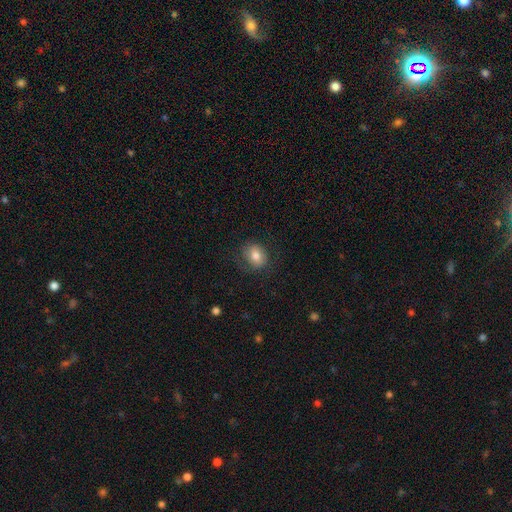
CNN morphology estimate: smooth_or_featured: smooth (p=0.75) [alt: featured or disk p=0.16]
how_rounded: round (p=0.55) [alt: in between p=0.44]
merging: none (p=0.76) [alt: minor disturbance p=0.15]